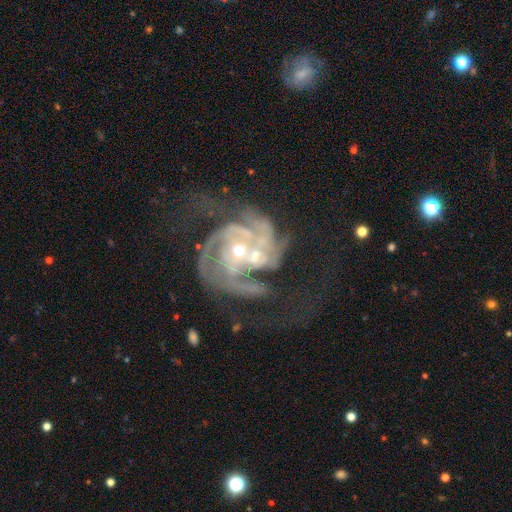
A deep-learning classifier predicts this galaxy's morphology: This appears to be a featured or disk galaxy (90%) with no bar (62%), 3 (33%) tight (52%) spiral arms (97%) and a small central bulge (56%). Merging: none (32%).